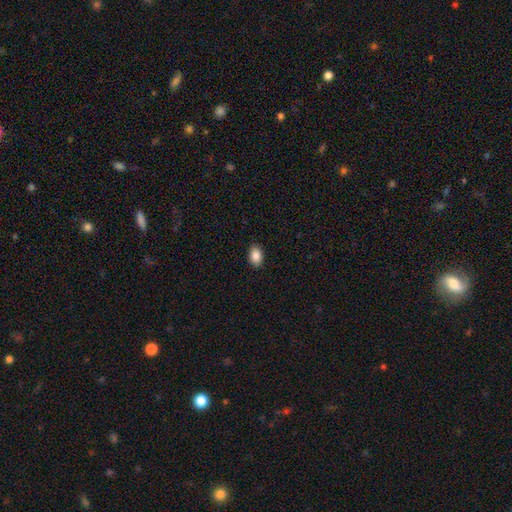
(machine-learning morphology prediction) Q: Smooth or featured?
A: smooth (87%); runner-up: star or artifact (8%)
Q: How rounded?
A: in between (81%); runner-up: round (18%)
Q: Merging?
A: none (89%); runner-up: minor disturbance (9%)